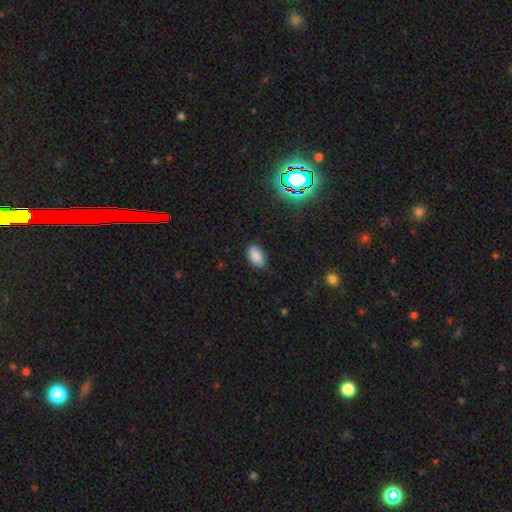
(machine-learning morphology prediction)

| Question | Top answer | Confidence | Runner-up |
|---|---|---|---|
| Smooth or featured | smooth | 86% | star or artifact (10%) |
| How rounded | in between | 94% | round (4%) |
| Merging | none | 77% | minor disturbance (19%) |